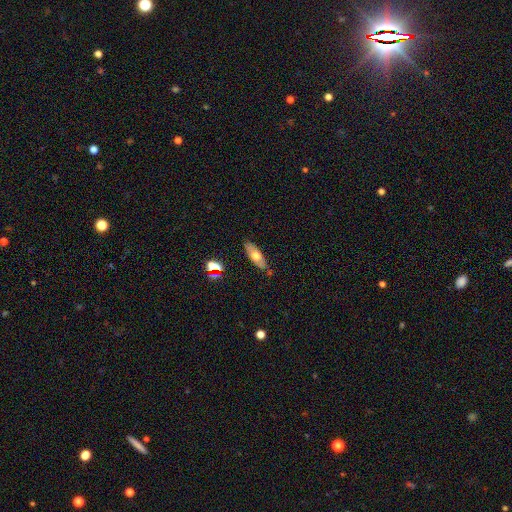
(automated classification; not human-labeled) This appears to be a smooth galaxy with no disk features (55%) that is in between round and cigar-shaped (68%). Merging: none (79%).